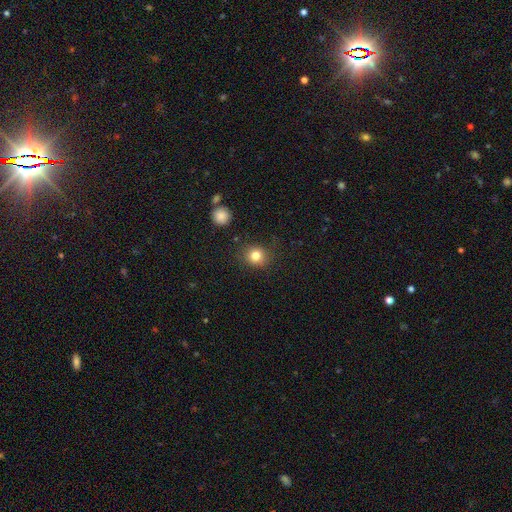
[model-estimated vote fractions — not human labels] smooth-or-featured: smooth: 82% | star or artifact: 12% | featured or disk: 6%
  how-rounded: round: 85% | in between: 14% | cigar-shaped: 1%
  merging: none: 85% | minor disturbance: 10% | major disturbance: 3% | merger: 2%